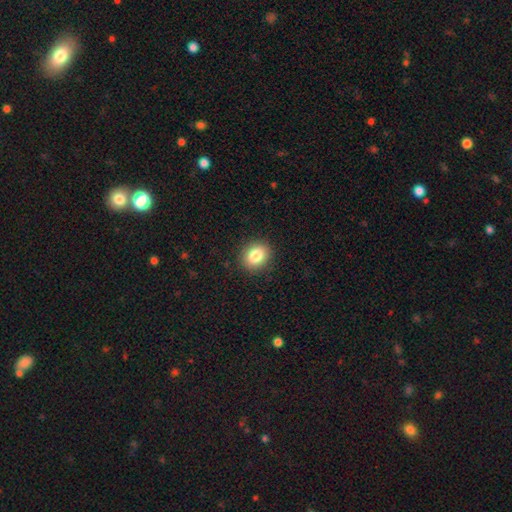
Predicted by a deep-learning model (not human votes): Smooth or featured: smooth — 84% (star or artifact — 9%)
How rounded: round — 67% (in between — 32%)
Merging: none — 90% (minor disturbance — 7%)